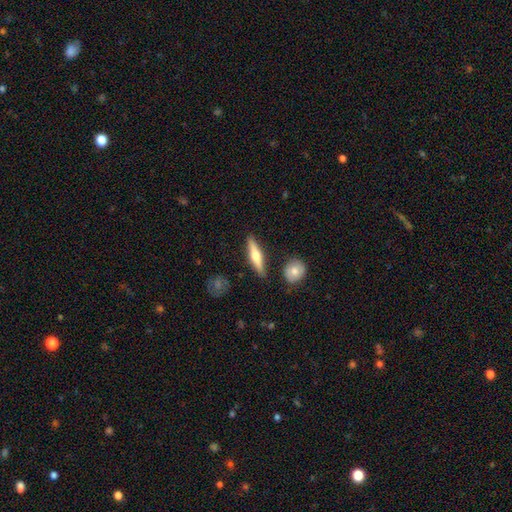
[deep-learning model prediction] A featured or disk galaxy (52%) viewed edge-on (94%). Merging: none (87%).